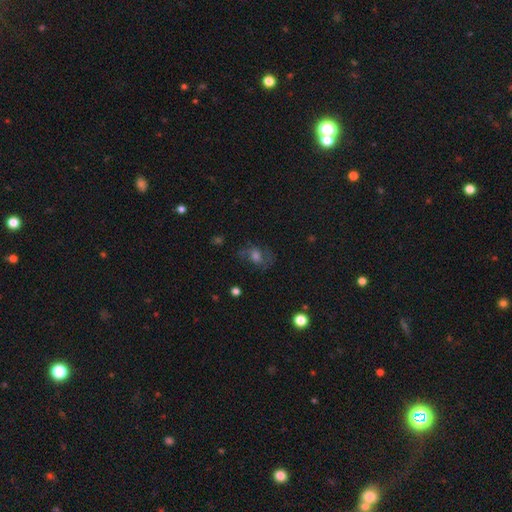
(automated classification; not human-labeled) This is marginally a featured or disk galaxy (38%). Merging: possibly none (60%).